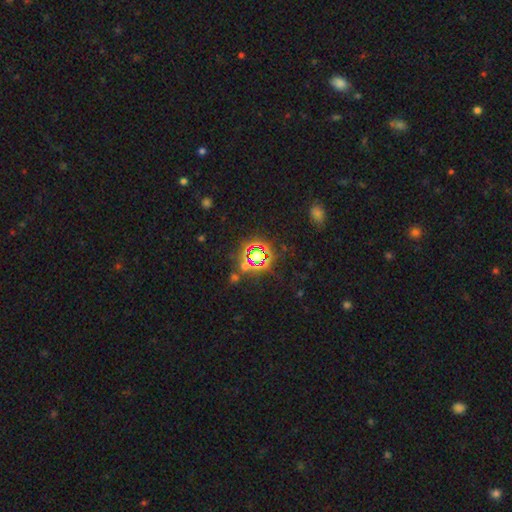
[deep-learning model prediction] Overall: star or artifact (73%).